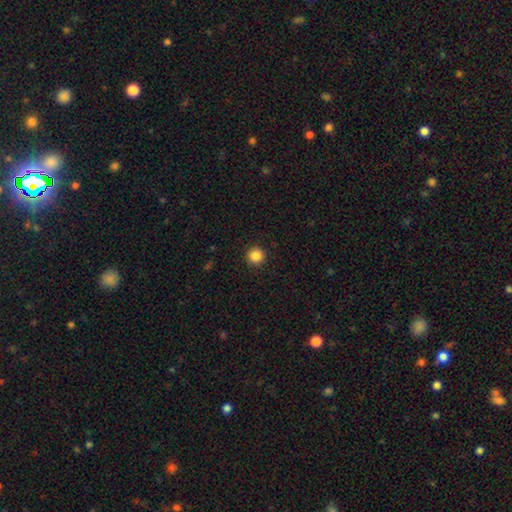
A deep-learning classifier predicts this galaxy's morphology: Overall: smooth (87%). How rounded: round (96%). Merging: none (93%).